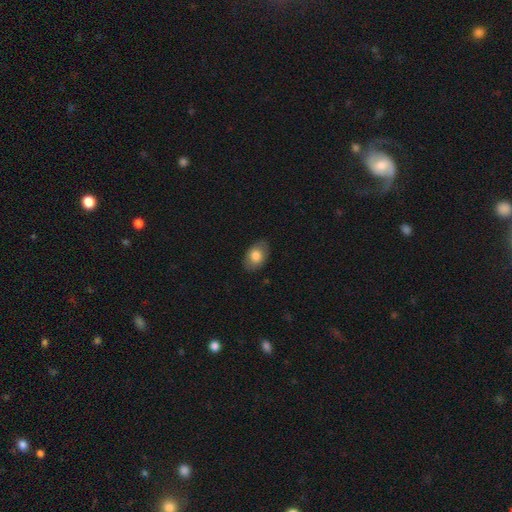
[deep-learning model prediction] A smooth galaxy with no disk features (79%) that is in between round and cigar-shaped (87%).

Vote fractions:
- Smooth or featured? smooth: 79% / featured or disk: 14% / star or artifact: 7%
- How rounded? in between: 87% / round: 12% / cigar-shaped: 1%
- Merging? none: 84% / minor disturbance: 13% / major disturbance: 3% / merger: 1%